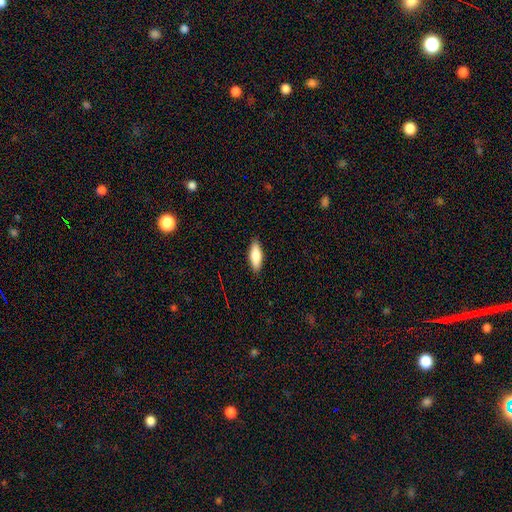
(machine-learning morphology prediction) This is clearly a smooth galaxy (83%). How rounded: likely in between (68%). Merging: clearly none (89%).